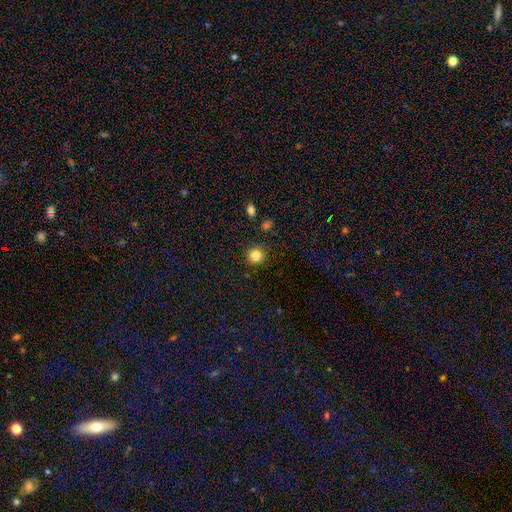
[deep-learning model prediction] Smooth or featured: smooth — 83% (star or artifact — 11%)
How rounded: round — 90% (in between — 9%)
Merging: none — 89% (minor disturbance — 7%)